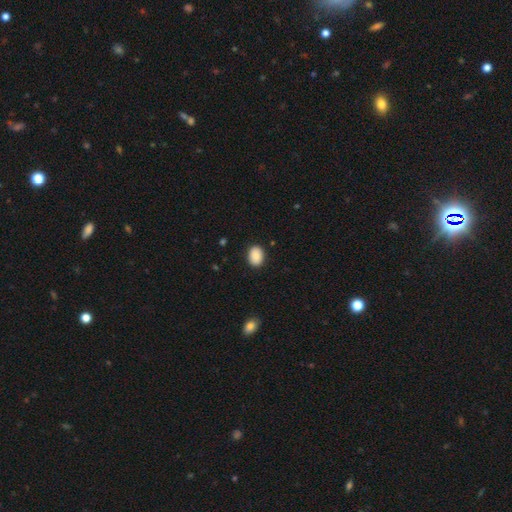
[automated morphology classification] The model was most divided on "how rounded": in between: 73%, round: 26%, cigar-shaped: 1%. More confident: smooth or featured — smooth (89%); merging — none (89%).